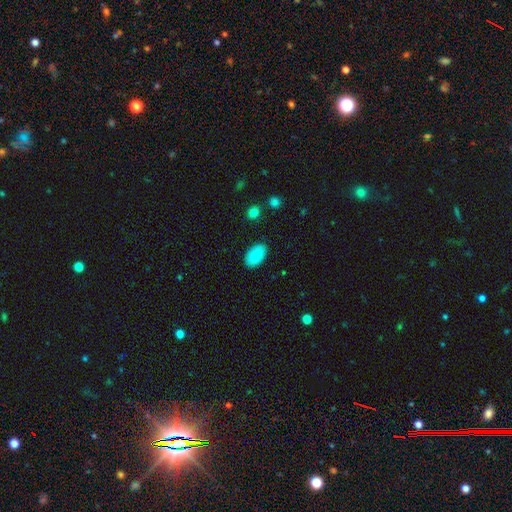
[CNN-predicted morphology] Smooth or featured? smooth (90%)
How rounded? in between (94%)
Merging? none (88%)